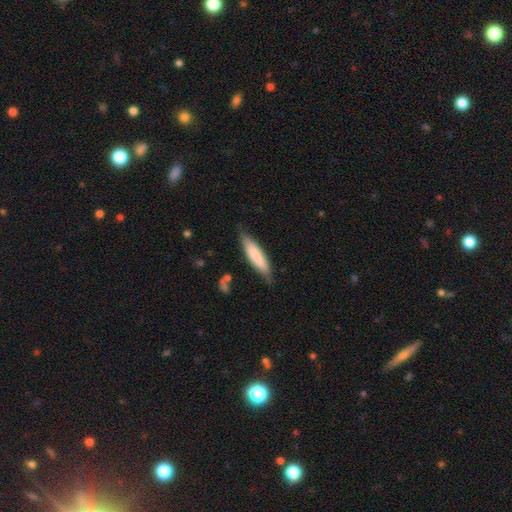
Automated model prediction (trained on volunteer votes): smooth-or-featured: smooth: 78% | featured or disk: 16% | star or artifact: 5%
  how-rounded: cigar-shaped: 76% | in between: 23% | round: 1%
  merging: none: 77% | minor disturbance: 18% | major disturbance: 3% | merger: 2%